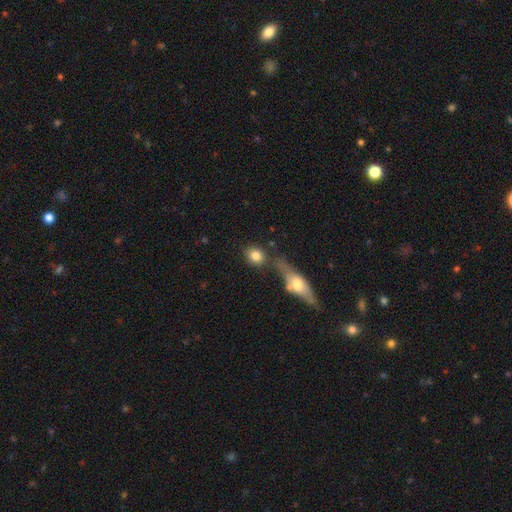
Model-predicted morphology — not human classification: Q: Smooth or featured?
A: smooth (80%); runner-up: featured or disk (11%)
Q: How rounded?
A: round (59%); runner-up: in between (38%)
Q: Merging?
A: none (66%); runner-up: merger (17%)